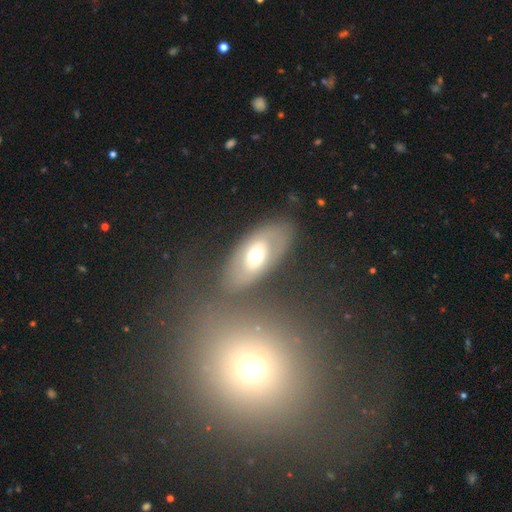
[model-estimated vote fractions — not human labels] Smooth or featured?
  - smooth: 49% *
  - featured or disk: 42%
  - star or artifact: 9%
Merging?
  - none: 71% *
  - minor disturbance: 14%
  - major disturbance: 8%
  - merger: 7%